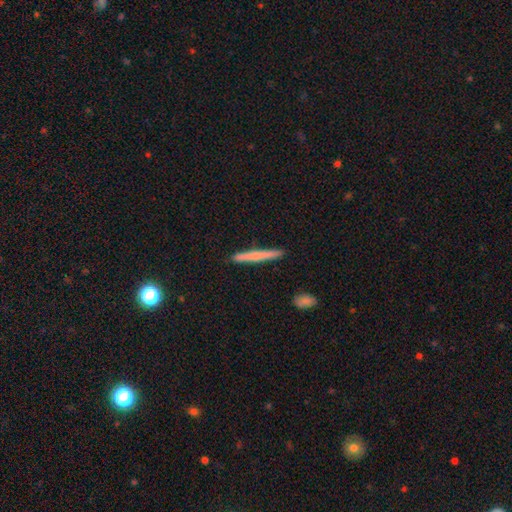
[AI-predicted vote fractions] Smooth or featured? Predicted: smooth (p=0.63). How rounded? Predicted: cigar-shaped (p=0.96). Merging? Predicted: none (p=0.91).